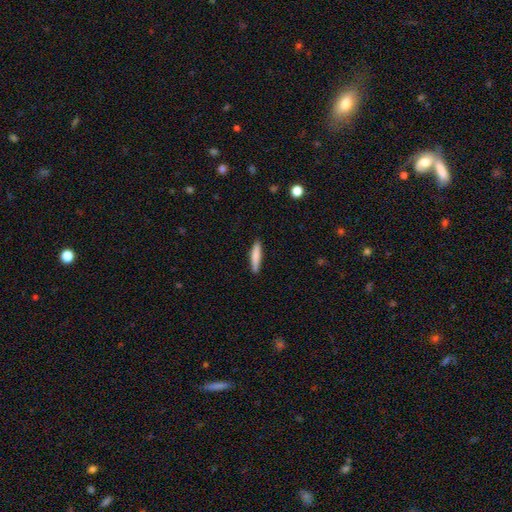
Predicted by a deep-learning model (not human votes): This appears to be a smooth galaxy with no disk features (80%) that is cigar-shaped (86%). Merging: none (86%).